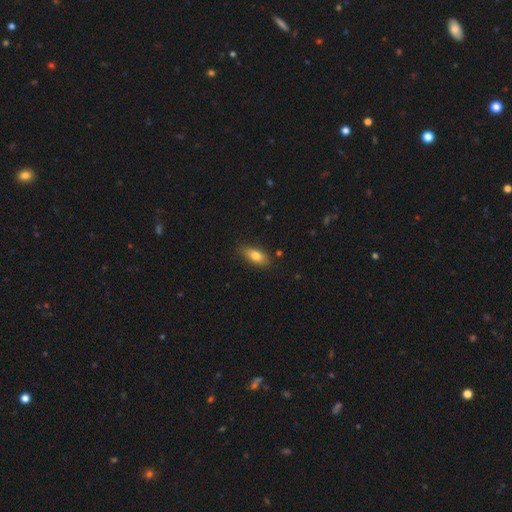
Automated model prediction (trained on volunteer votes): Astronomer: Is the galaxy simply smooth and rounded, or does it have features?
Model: smooth — 77%.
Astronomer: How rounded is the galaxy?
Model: in between — 80%.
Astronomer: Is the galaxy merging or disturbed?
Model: none — 83%.